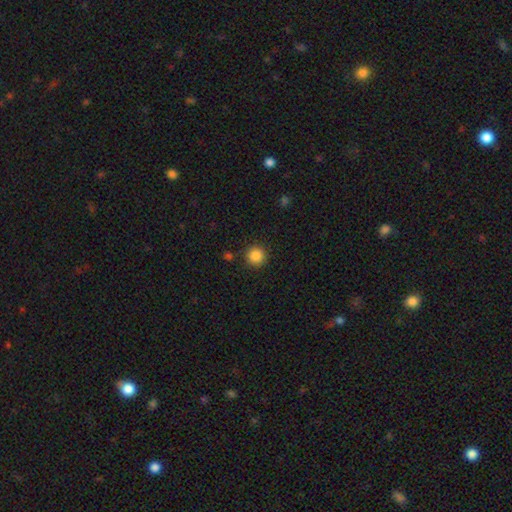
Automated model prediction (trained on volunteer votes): smooth 86%, star or artifact 11%, featured or disk 3%. Down the decision tree: how rounded — round (95%); merging — none (89%).